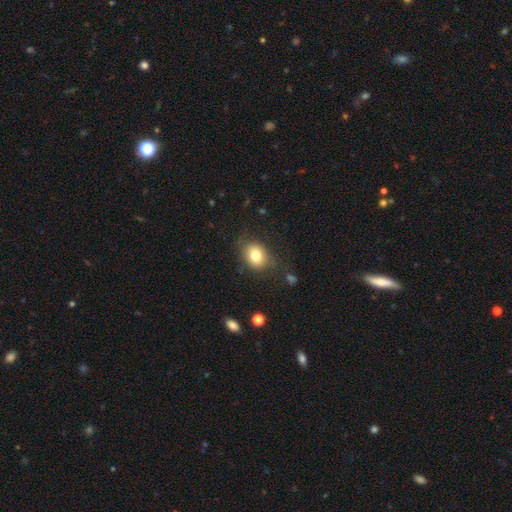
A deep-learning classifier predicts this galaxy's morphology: This appears to be a smooth galaxy with no disk features (78%) that is round (51%). Merging: none (76%).